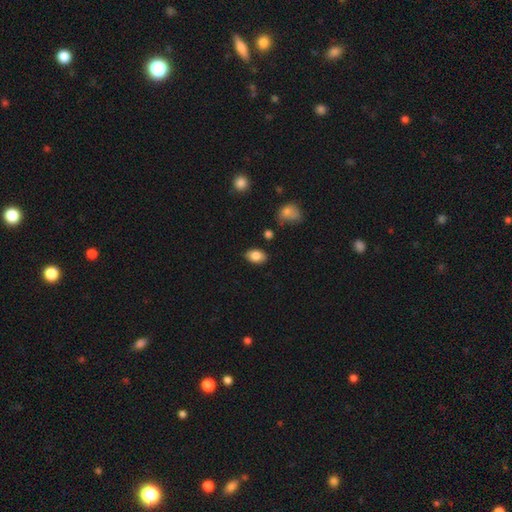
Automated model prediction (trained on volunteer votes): Smooth or featured? Predicted: smooth (p=0.86). How rounded? Predicted: in between (p=0.87). Merging? Predicted: none (p=0.83).